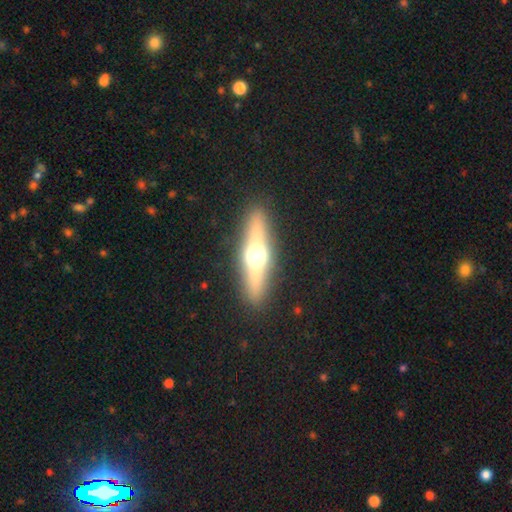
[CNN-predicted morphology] This appears to be a featured or disk galaxy (59%) viewed edge-on (91%) with a rounded central bulge (95%). Merging: none (89%).